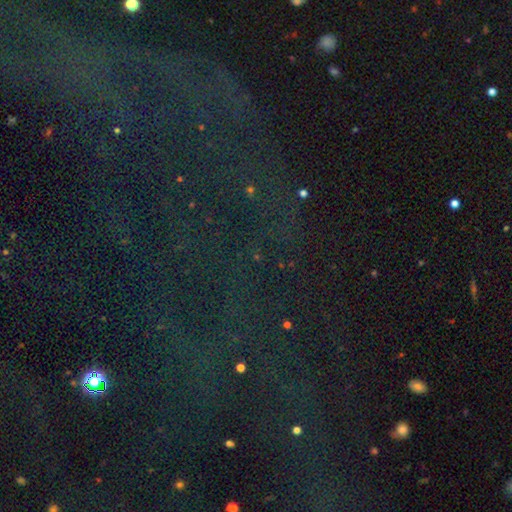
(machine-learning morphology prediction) Smooth or featured? Predicted: star or artifact (p=0.81).